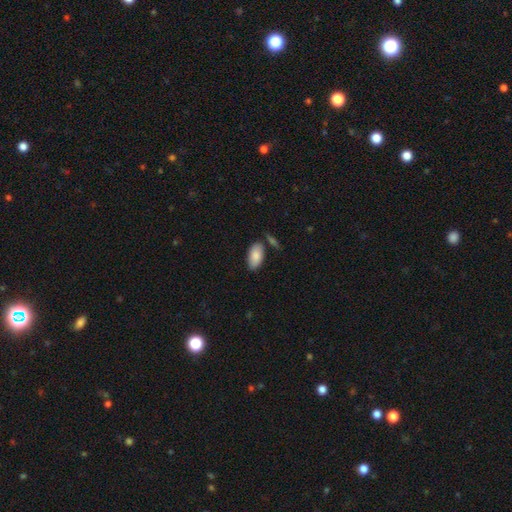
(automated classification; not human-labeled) Smooth or featured?
  - smooth: 86% *
  - featured or disk: 8%
  - star or artifact: 6%
How rounded?
  - in between: 94% *
  - cigar-shaped: 4%
  - round: 2%
Merging?
  - none: 76% *
  - minor disturbance: 14%
  - merger: 7%
  - major disturbance: 3%